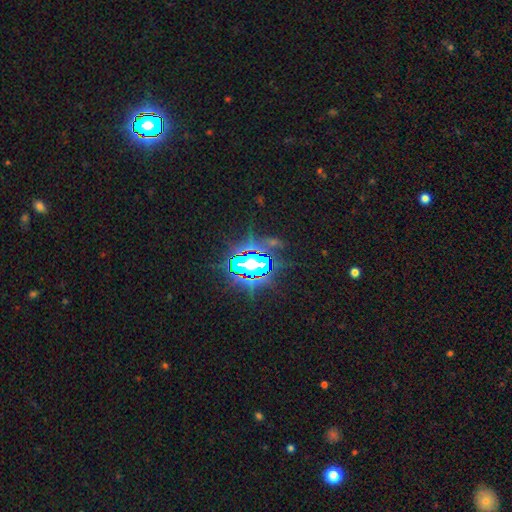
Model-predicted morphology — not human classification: This appears to be a star or artifact, not a galaxy (82%).